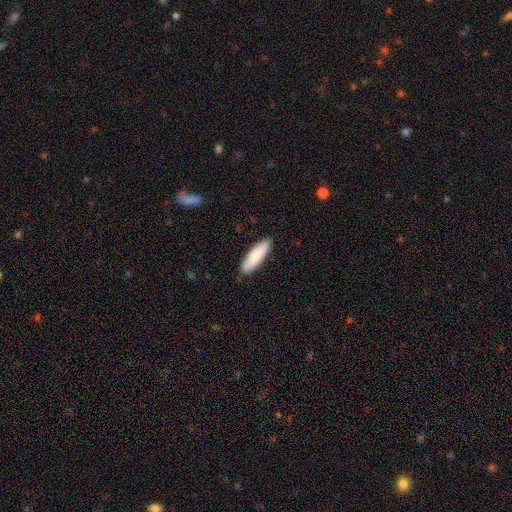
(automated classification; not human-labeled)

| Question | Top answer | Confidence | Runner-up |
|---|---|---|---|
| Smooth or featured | smooth | 82% | featured or disk (13%) |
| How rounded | cigar-shaped | 50% | in between (48%) |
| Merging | none | 88% | minor disturbance (9%) |